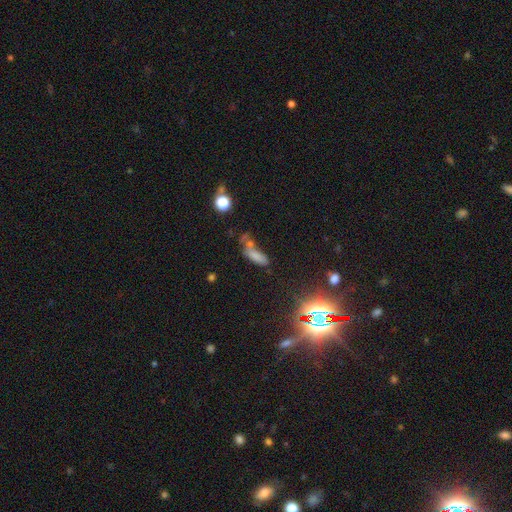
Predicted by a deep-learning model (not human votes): Overall: smooth (70%). How rounded: in between (60%; cigar-shaped 36%). Merging: none (37%; merger 32%).